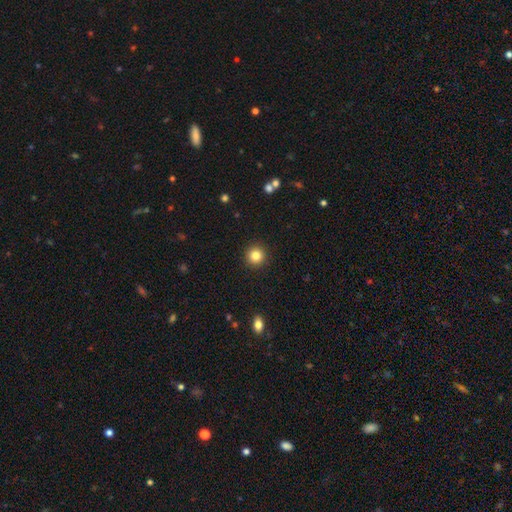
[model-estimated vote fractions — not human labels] smooth 84%, star or artifact 10%, featured or disk 5%. Down the decision tree: how rounded — round (95%); merging — none (93%).